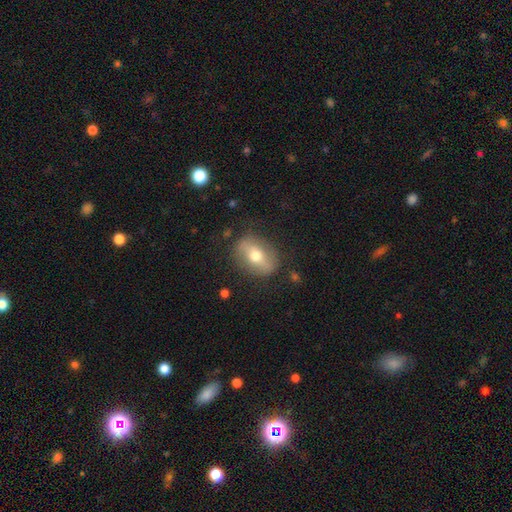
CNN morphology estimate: A smooth galaxy with no disk features (47%).

Vote fractions:
- Smooth or featured? smooth: 47% / featured or disk: 46% / star or artifact: 8%
- Merging? none: 81% / minor disturbance: 13% / major disturbance: 5% / merger: 1%